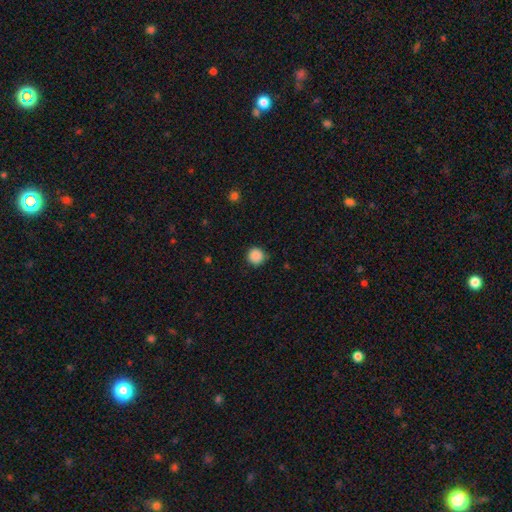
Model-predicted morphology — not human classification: Q: Smooth or featured?
A: smooth (87%); runner-up: star or artifact (10%)
Q: How rounded?
A: round (94%); runner-up: in between (5%)
Q: Merging?
A: none (87%); runner-up: minor disturbance (10%)